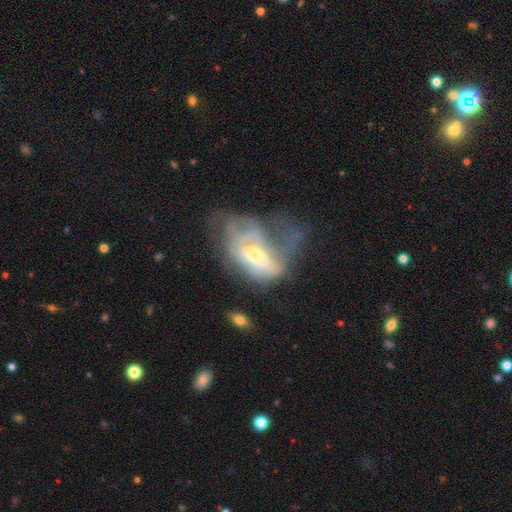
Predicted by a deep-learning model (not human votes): The model was most divided on "smooth or featured": featured or disk: 56%, smooth: 34%, star or artifact: 10%. Remaining: edge-on disk — no (93%); spiral arms — no (65%); merging — major disturbance (61%); bar — no (57%); bulge size — moderate (48%).